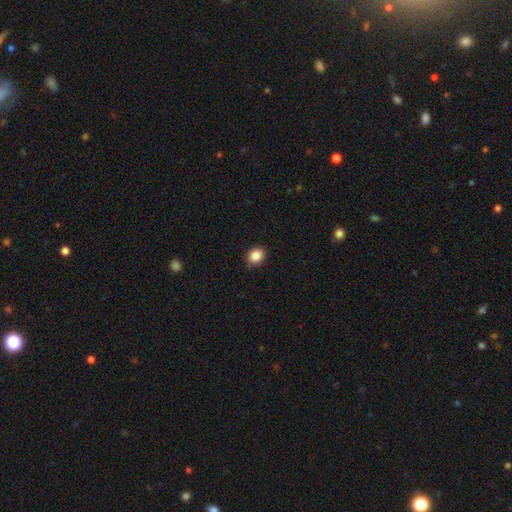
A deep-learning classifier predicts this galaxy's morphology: This appears to be a smooth galaxy with no disk features (87%) that is round (58%). Merging: none (82%).